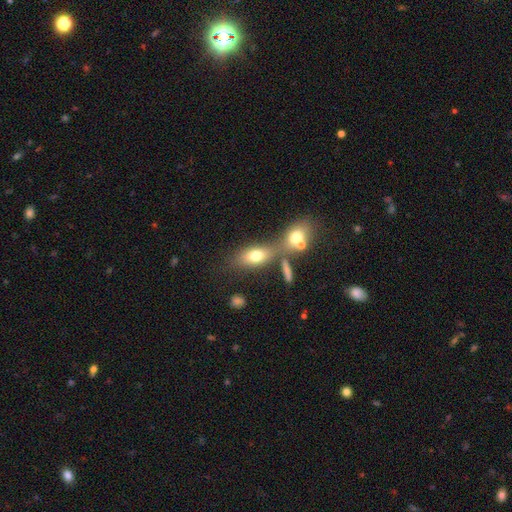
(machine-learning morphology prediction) The model was most divided on "merging": none: 42%, merger: 39%, minor disturbance: 12%, major disturbance: 7%. More confident: how rounded — in between (76%); smooth or featured — smooth (70%).